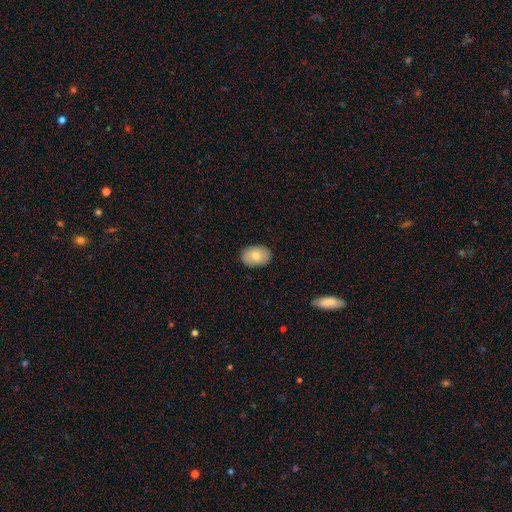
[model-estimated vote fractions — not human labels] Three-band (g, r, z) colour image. It shows a smooth galaxy with no disk features (78%) that is in between round and cigar-shaped (84%). Merging: none (88%).